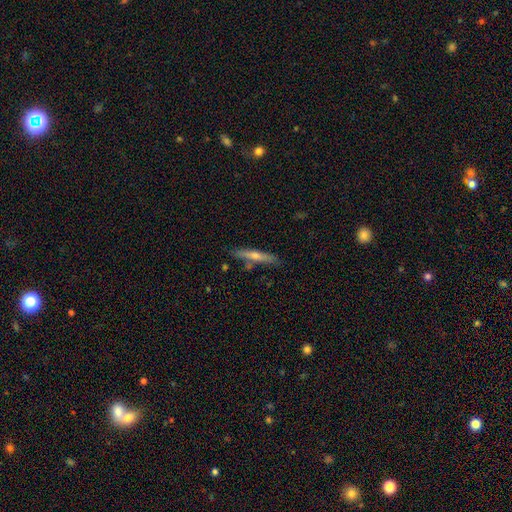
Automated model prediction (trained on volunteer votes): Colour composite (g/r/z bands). It shows a smooth galaxy with no disk features (47%, tied with featured or disk). Merging: none (78%).